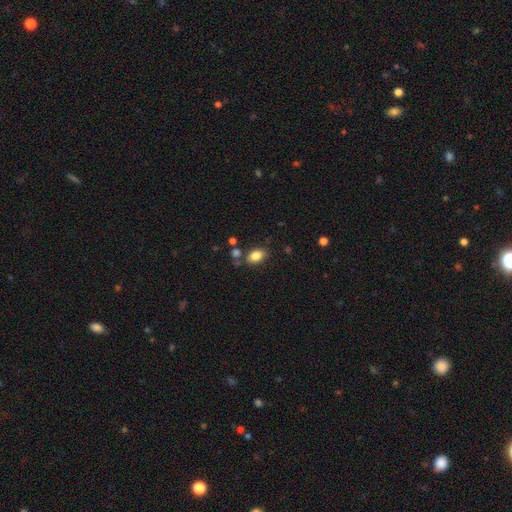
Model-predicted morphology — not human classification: A smooth galaxy with no disk features (84%) that is in between round and cigar-shaped (83%). Merging: none (74%).